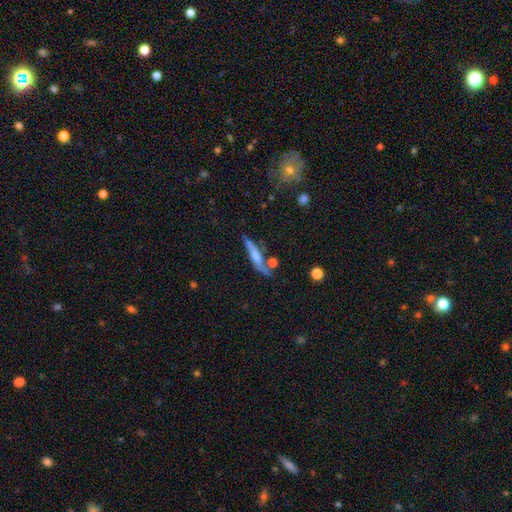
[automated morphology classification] Smooth or featured: featured or disk — 51% (smooth — 42%)
Edge-on disk: yes — 82% (no — 18%)
Merging: none — 61% (minor disturbance — 20%)